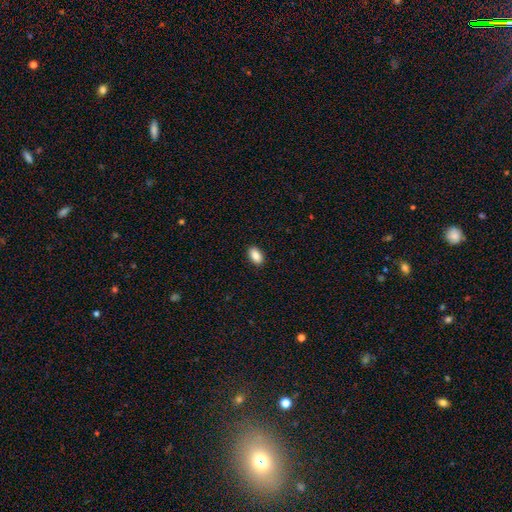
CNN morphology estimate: Smooth or featured? smooth (88%)
How rounded? in between (91%)
Merging? none (90%)